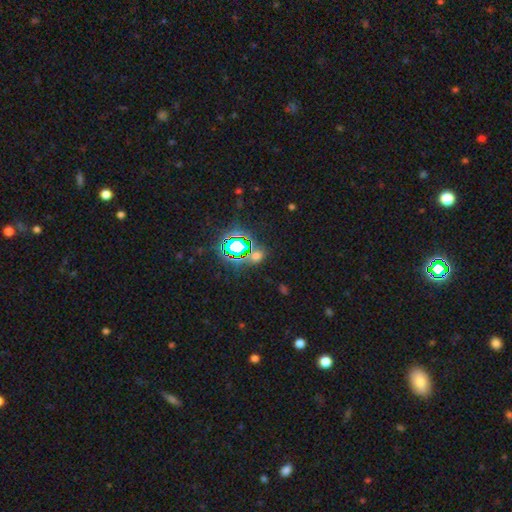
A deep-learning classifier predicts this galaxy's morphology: A star or artifact, not a galaxy (55%).

Vote fractions:
- Smooth or featured? star or artifact: 55% / smooth: 36% / featured or disk: 8%